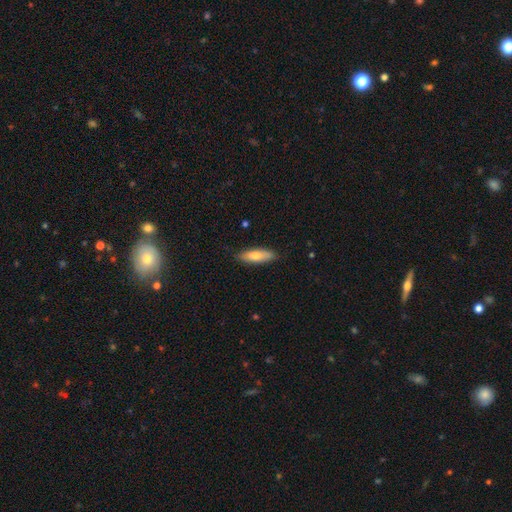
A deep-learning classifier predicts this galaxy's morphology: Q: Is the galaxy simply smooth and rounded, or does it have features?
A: smooth — 73%.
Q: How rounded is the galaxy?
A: in between — 54%.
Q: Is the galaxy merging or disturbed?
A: none — 85%.